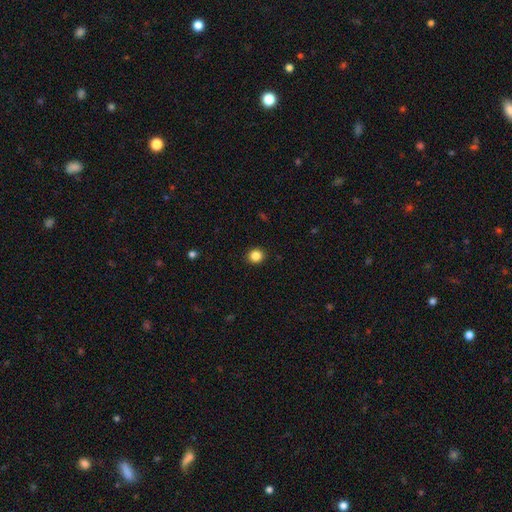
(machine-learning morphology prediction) Smooth or featured?
  - smooth: 86% *
  - star or artifact: 11%
  - featured or disk: 4%
How rounded?
  - round: 89% *
  - in between: 10%
  - cigar-shaped: 1%
Merging?
  - none: 93% *
  - minor disturbance: 5%
  - major disturbance: 2%
  - merger: 1%